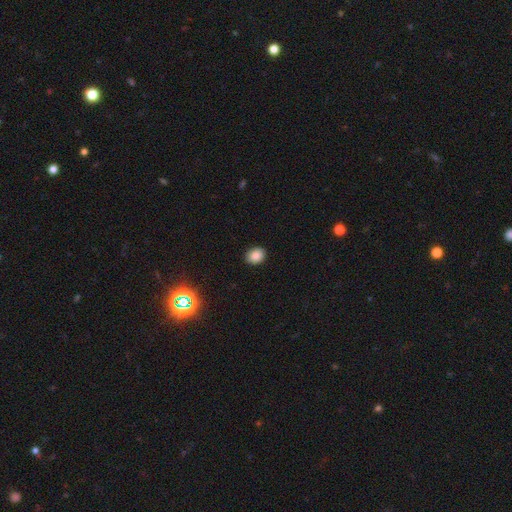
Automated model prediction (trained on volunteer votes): Smooth or featured?
  - smooth: 86% *
  - star or artifact: 11%
  - featured or disk: 4%
How rounded?
  - round: 51% *
  - in between: 48%
  - cigar-shaped: 1%
Merging?
  - none: 89% *
  - minor disturbance: 8%
  - major disturbance: 2%
  - merger: 1%